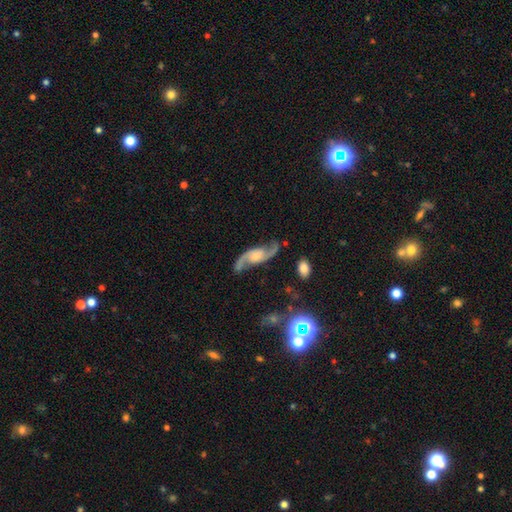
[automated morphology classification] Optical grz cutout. It shows a featured or disk galaxy (89%) with no bar (60%), 2 (94%) loose (67%) spiral arms (97%) and a small central bulge (35%). Merging: none (77%).